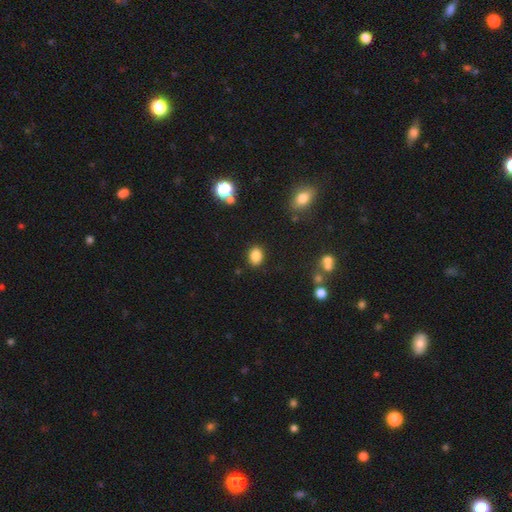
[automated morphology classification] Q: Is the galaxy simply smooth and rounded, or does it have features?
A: smooth — 84%.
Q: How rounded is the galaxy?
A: in between — 67%.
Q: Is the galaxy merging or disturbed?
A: none — 87%.